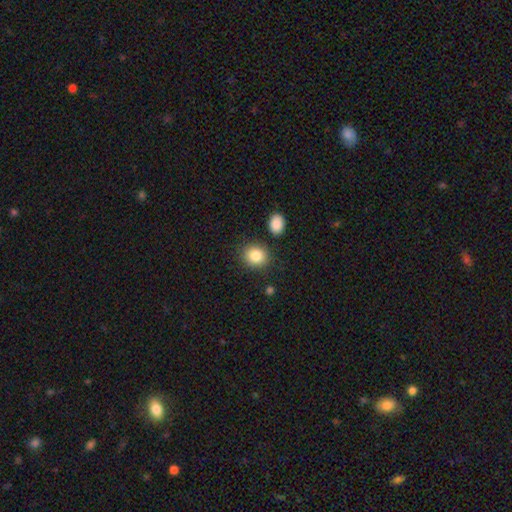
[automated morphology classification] The model was most divided on "how rounded": round: 74%, in between: 25%, cigar-shaped: 1%. More confident: smooth or featured — smooth (85%); merging — none (84%).